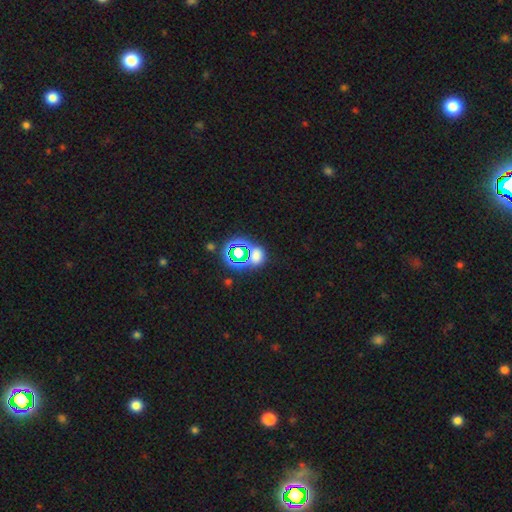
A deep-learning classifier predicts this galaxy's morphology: Smooth or featured? Predicted: smooth (p=0.46, tied with star or artifact). Merging? Predicted: none (p=0.68).